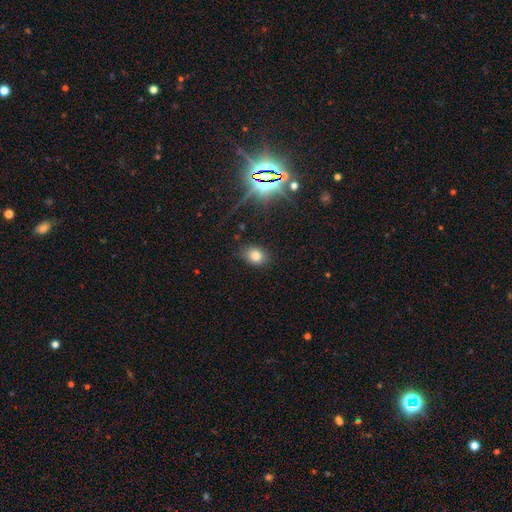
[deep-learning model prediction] Q: Smooth or featured?
A: smooth (75%); runner-up: star or artifact (17%)
Q: How rounded?
A: in between (57%); runner-up: round (42%)
Q: Merging?
A: none (81%); runner-up: minor disturbance (13%)